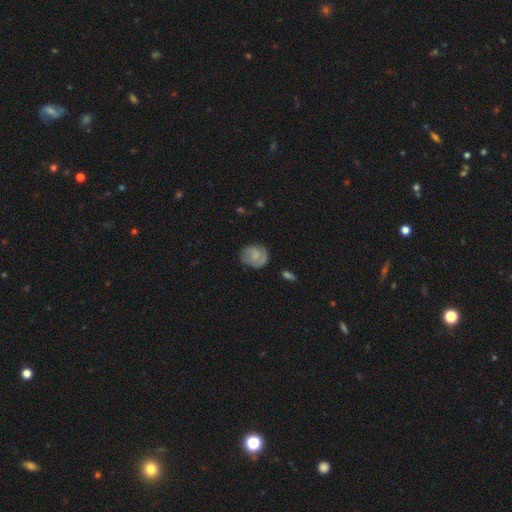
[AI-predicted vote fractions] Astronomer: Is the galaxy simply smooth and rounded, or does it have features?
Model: smooth — 54% (runner-up: featured or disk, 38%).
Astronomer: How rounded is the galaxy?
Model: round — 69%.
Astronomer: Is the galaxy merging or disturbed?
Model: none — 65%.